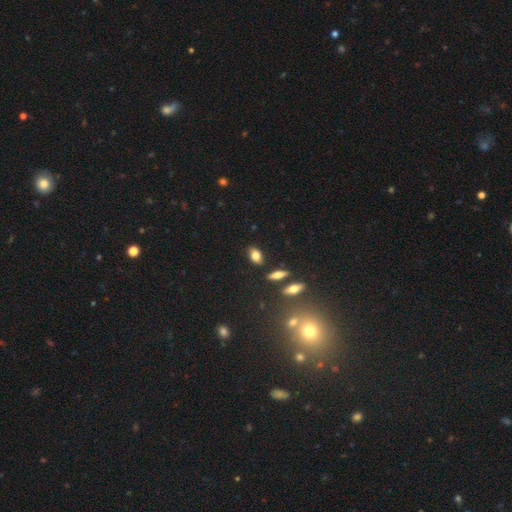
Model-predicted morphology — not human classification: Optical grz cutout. It shows a smooth galaxy with no disk features (77%) that is in between round and cigar-shaped (85%). Merging: none (82%).